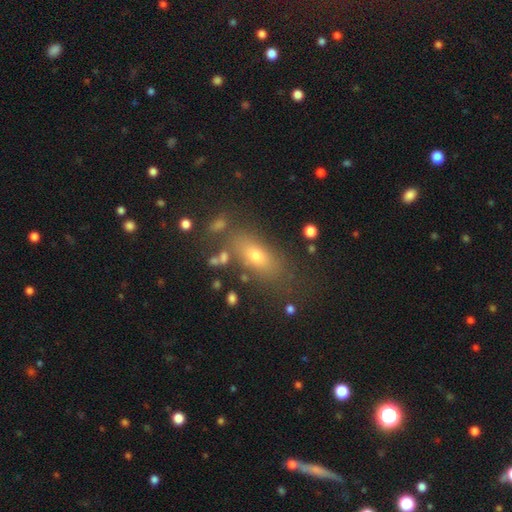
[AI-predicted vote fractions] Smooth or featured: smooth — 68% (featured or disk — 20%)
How rounded: in between — 74% (cigar-shaped — 18%)
Merging: none — 72% (minor disturbance — 15%)